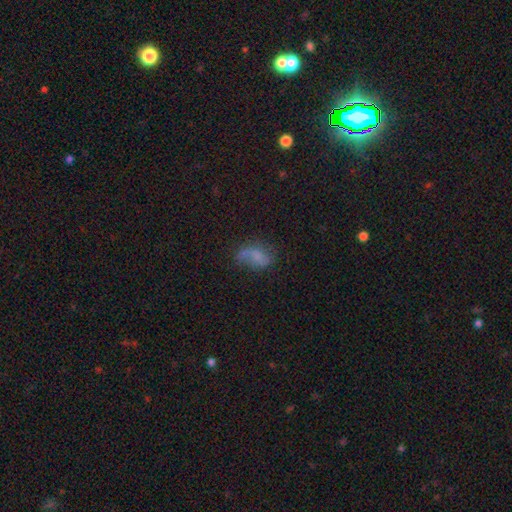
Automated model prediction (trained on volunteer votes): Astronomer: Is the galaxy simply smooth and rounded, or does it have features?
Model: smooth — 53% (runner-up: featured or disk, 33%).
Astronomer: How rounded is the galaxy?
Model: in between — 85%.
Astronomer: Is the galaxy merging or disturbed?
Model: none — 39% (runner-up: minor disturbance, 28%).